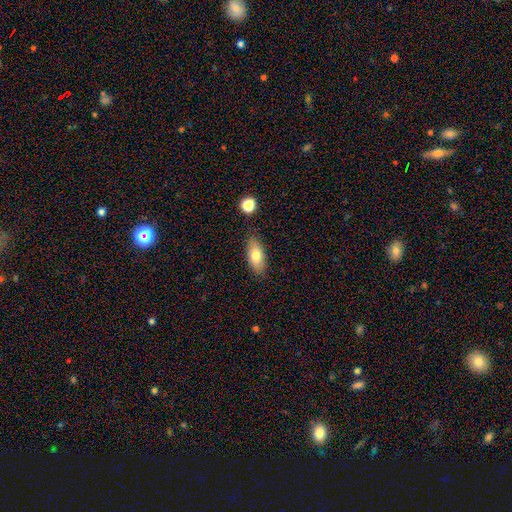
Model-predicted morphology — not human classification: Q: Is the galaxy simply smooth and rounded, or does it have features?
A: smooth — 77%.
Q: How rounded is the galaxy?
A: in between — 84%.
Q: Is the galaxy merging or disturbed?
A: none — 83%.